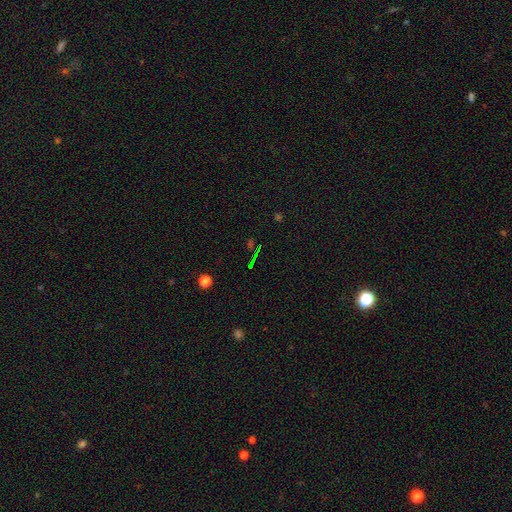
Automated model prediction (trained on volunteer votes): This appears to be a star or artifact, not a galaxy (71%).